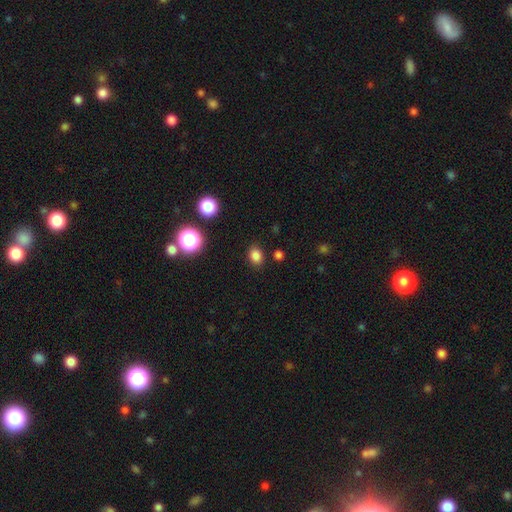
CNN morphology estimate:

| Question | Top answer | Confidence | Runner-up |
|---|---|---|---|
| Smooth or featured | smooth | 81% | star or artifact (15%) |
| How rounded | in between | 60% | round (39%) |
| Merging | none | 85% | minor disturbance (10%) |